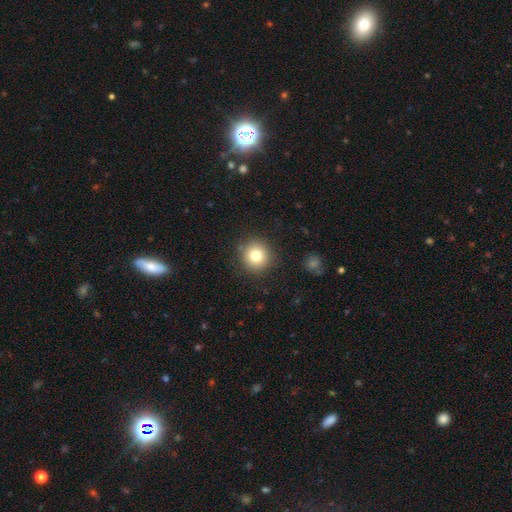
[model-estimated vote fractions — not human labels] smooth-or-featured: smooth: 79% | star or artifact: 12% | featured or disk: 9%
  how-rounded: round: 93% | in between: 6% | cigar-shaped: 1%
  merging: none: 88% | minor disturbance: 8% | major disturbance: 3% | merger: 2%